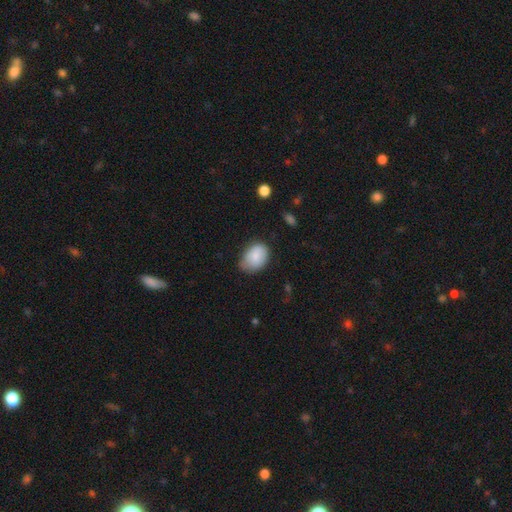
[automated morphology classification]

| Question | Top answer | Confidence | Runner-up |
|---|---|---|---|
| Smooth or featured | smooth | 82% | featured or disk (11%) |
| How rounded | in between | 80% | round (19%) |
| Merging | none | 62% | minor disturbance (31%) |